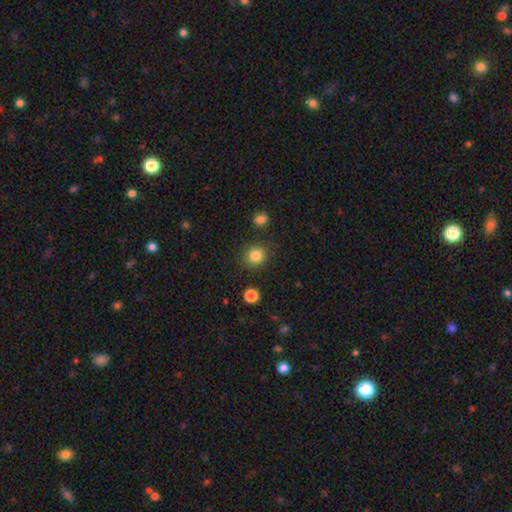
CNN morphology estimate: smooth_or_featured: smooth (p=0.84) [alt: star or artifact p=0.11]
how_rounded: round (p=0.87) [alt: in between p=0.12]
merging: none (p=0.87) [alt: minor disturbance p=0.08]